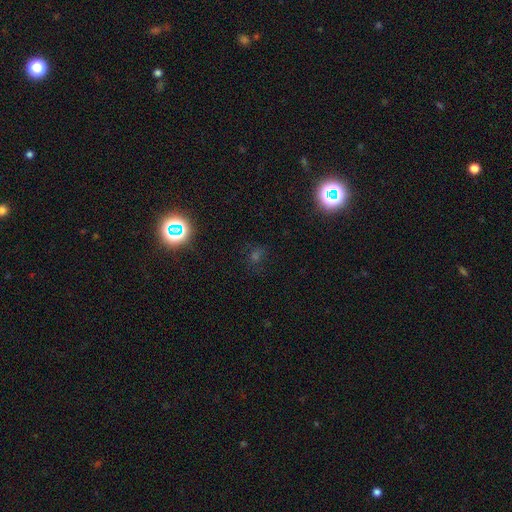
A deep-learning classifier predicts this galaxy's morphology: smooth_or_featured: star or artifact (p=0.57) [alt: smooth p=0.33]